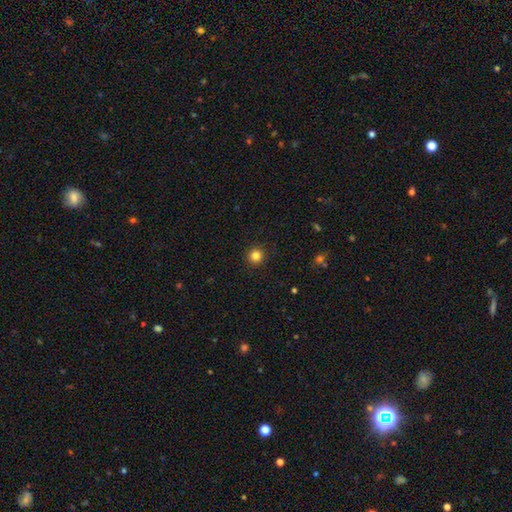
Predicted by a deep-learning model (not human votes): Overall: smooth (83%). How rounded: round (95%). Merging: none (93%).